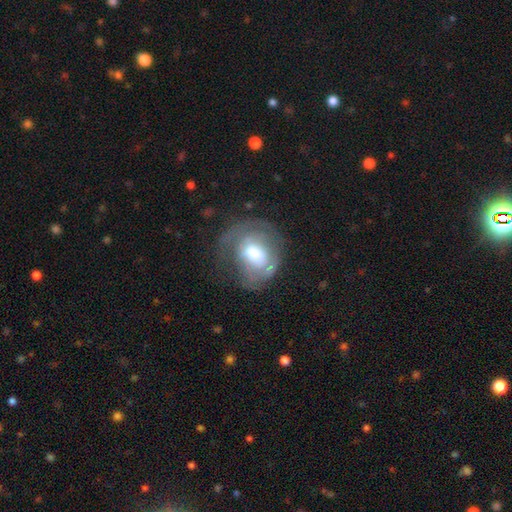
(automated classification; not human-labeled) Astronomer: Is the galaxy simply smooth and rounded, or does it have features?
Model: featured or disk — 54% (runner-up: smooth, 38%).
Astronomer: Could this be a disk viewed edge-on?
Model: no — 96%.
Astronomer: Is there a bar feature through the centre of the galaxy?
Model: no — 50% (runner-up: weak, 37%).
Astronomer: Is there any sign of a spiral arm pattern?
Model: yes — 55% (runner-up: no, 45%).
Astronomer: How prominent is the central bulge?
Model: moderate — 49% (runner-up: large, 35%).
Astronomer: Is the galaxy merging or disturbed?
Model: none — 44% (runner-up: major disturbance, 28%).